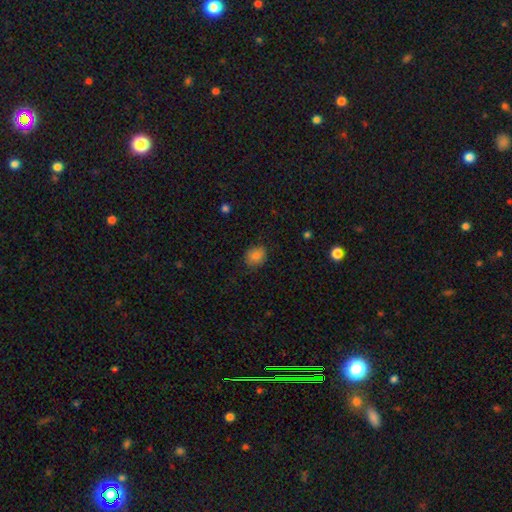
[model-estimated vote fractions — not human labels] smooth 83%, star or artifact 10%, featured or disk 7%. Down the decision tree: how rounded — round (68%); merging — none (82%).